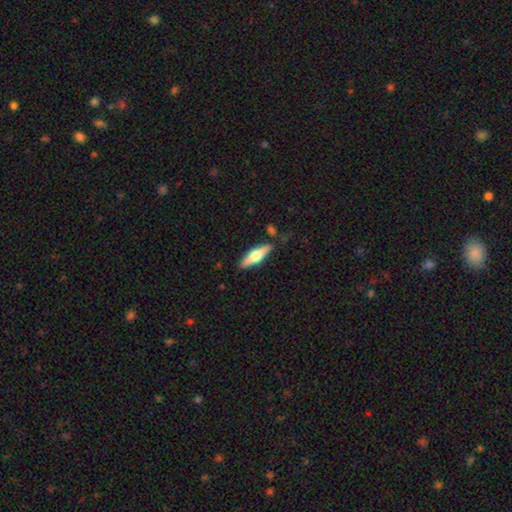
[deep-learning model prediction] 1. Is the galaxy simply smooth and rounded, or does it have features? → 57% featured or disk, 37% smooth, 5% star or artifact.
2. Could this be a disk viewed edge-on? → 95% yes, 5% no.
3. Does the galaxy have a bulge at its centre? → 94% rounded, 4% boxy, 2% none.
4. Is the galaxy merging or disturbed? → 85% none, 10% minor disturbance, 3% merger, 2% major disturbance.